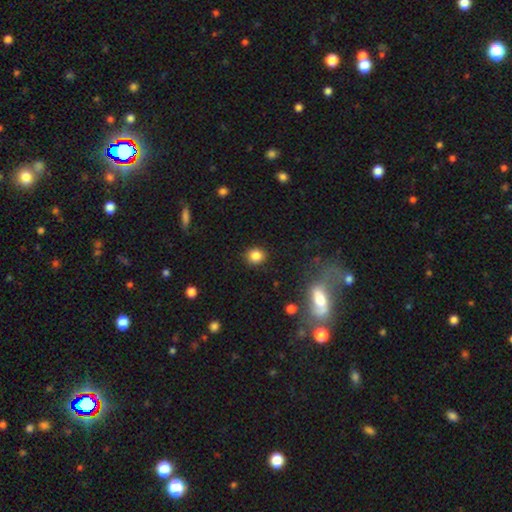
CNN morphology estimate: Smooth or featured? Predicted: smooth (p=0.84). How rounded? Predicted: round (p=0.82). Merging? Predicted: none (p=0.89).